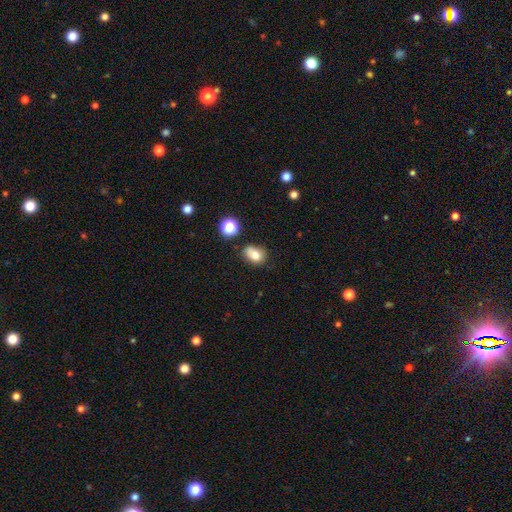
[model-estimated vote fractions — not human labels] Morphology: type=smooth (79%); roundness=in between (69%); merging=none (58%).